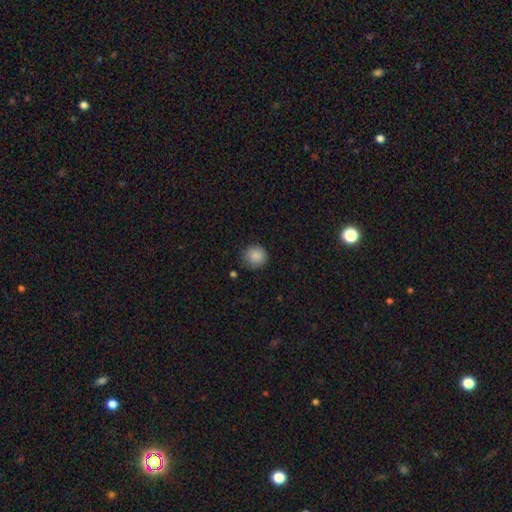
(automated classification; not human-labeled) Morphology: type=smooth (88%); roundness=round (93%); merging=none (85%).